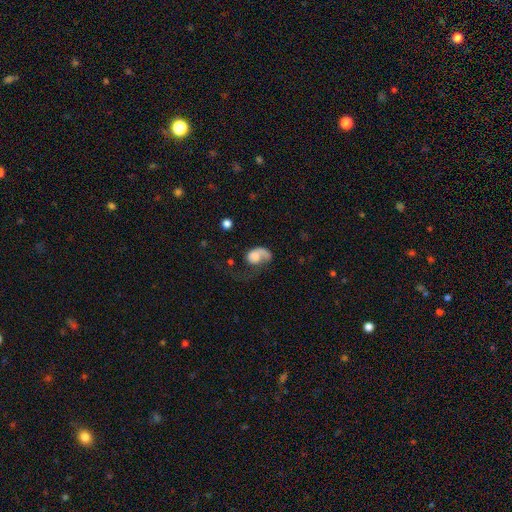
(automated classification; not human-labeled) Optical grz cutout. It shows a featured or disk galaxy (49%). Merging: major disturbance (53%).